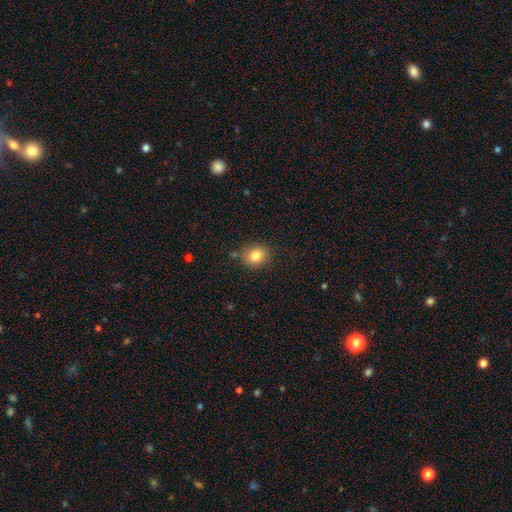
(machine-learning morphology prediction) smooth_or_featured: smooth (p=0.83) [alt: star or artifact p=0.10]
how_rounded: round (p=0.66) [alt: in between p=0.33]
merging: none (p=0.81) [alt: minor disturbance p=0.12]